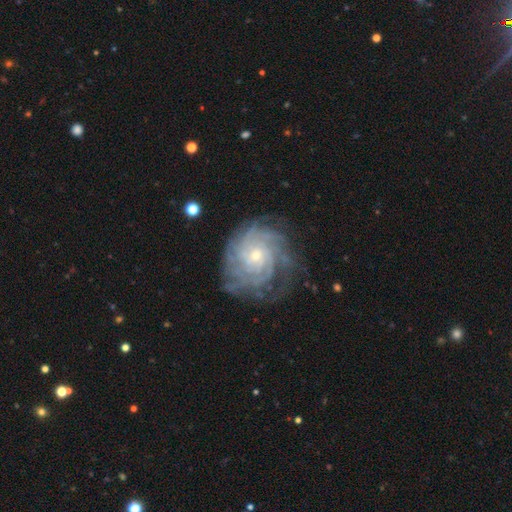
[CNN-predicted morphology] This appears to be a featured or disk galaxy (88%) with no bar (72%), tight (79%) spiral arms (98%) and a small central bulge (71%). Merging: none (74%).